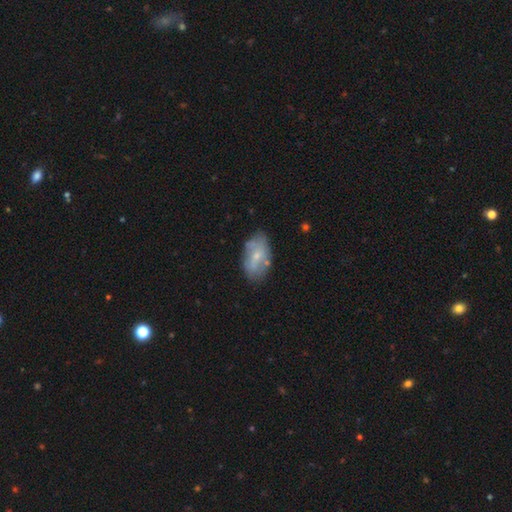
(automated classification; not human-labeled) featured or disk 47%, smooth 46%, star or artifact 8%. Down the decision tree: merging — none (68%).